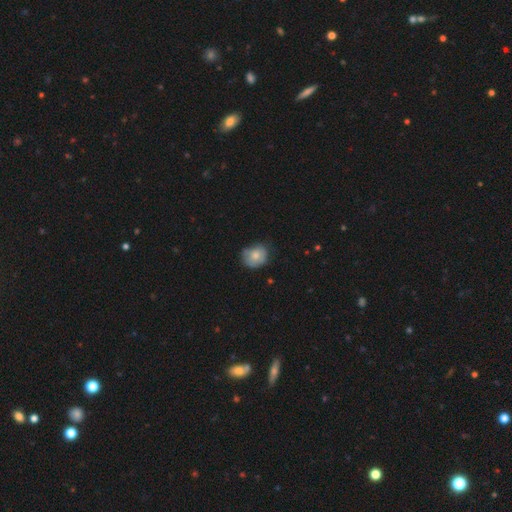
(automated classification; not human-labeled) smooth-or-featured: smooth: 72% | featured or disk: 21% | star or artifact: 8%
  how-rounded: round: 64% | in between: 35% | cigar-shaped: 1%
  merging: none: 60% | minor disturbance: 31% | major disturbance: 7% | merger: 2%